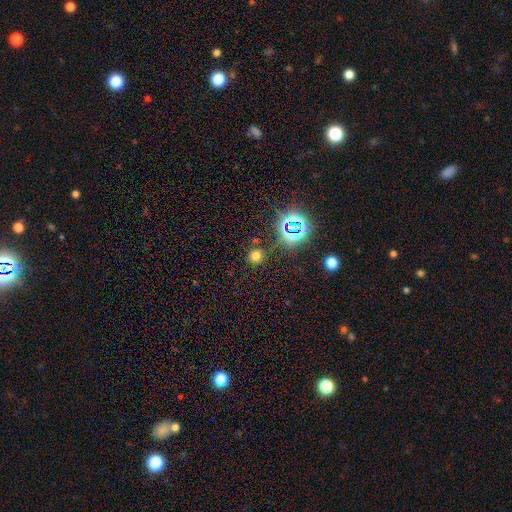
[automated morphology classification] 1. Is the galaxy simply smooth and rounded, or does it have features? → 64% smooth, 29% star or artifact, 8% featured or disk.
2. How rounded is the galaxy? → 93% round, 6% in between, 1% cigar-shaped.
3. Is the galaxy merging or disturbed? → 85% none, 8% minor disturbance, 4% merger, 3% major disturbance.